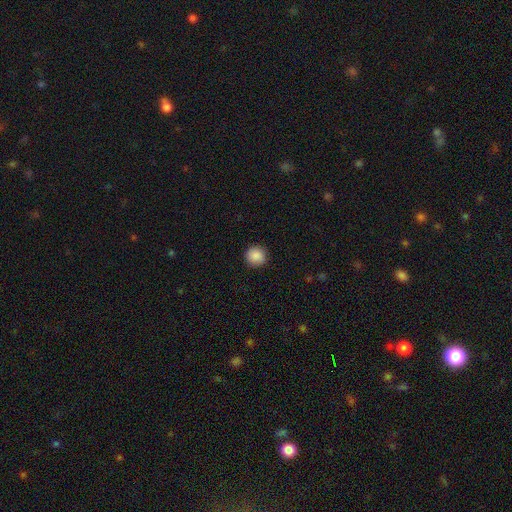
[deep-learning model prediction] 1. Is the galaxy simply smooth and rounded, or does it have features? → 88% smooth, 9% star or artifact, 3% featured or disk.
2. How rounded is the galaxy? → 93% round, 6% in between, 1% cigar-shaped.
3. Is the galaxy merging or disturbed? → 92% none, 6% minor disturbance, 2% major disturbance, 1% merger.